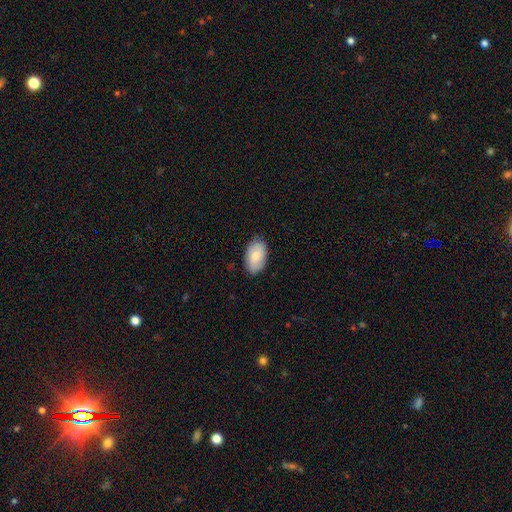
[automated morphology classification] smooth 79%, featured or disk 15%, star or artifact 6%. Down the decision tree: how rounded — in between (93%); merging — none (82%).